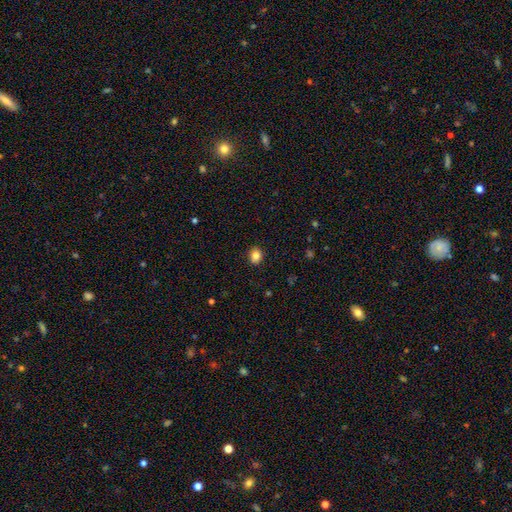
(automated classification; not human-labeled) Smooth or featured?
  - smooth: 84% *
  - star or artifact: 10%
  - featured or disk: 6%
How rounded?
  - round: 52% *
  - in between: 47%
  - cigar-shaped: 1%
Merging?
  - none: 89% *
  - minor disturbance: 8%
  - major disturbance: 2%
  - merger: 1%